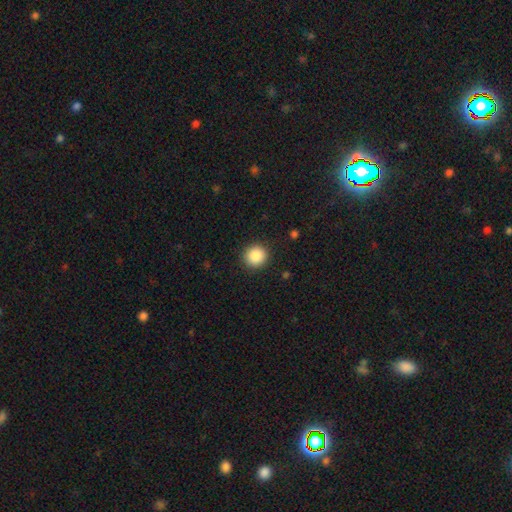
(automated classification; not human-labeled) This is clearly a smooth galaxy (88%). How rounded: clearly round (92%). Merging: clearly none (91%).